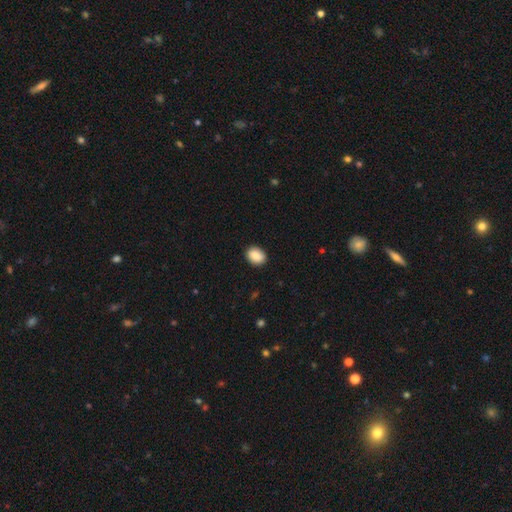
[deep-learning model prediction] Smooth or featured? Predicted: smooth (p=0.88). How rounded? Predicted: in between (p=0.63). Merging? Predicted: none (p=0.90).